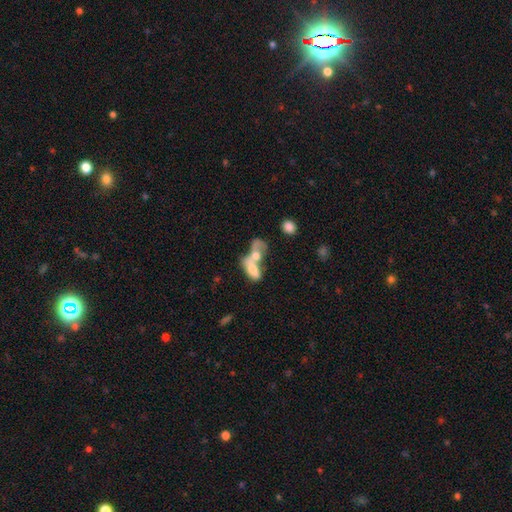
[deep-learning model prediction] Overall: smooth (60%; featured or disk 31%). How rounded: in between (79%). Merging: merger (74%).